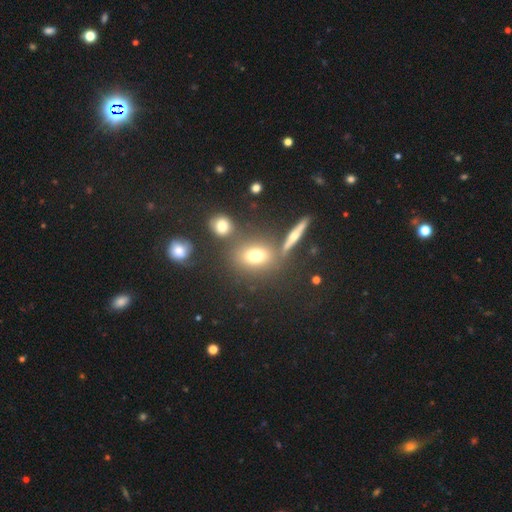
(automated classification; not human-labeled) Morphology: type=smooth (71%); roundness=in between (52%); merging=none (70%).